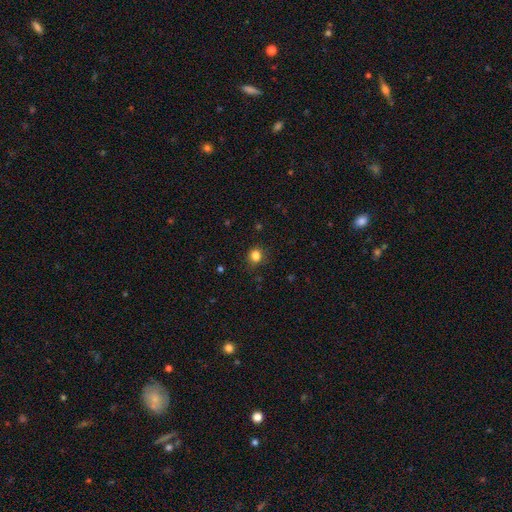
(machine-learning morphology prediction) Overall: smooth (82%). How rounded: round (70%). Merging: none (80%).